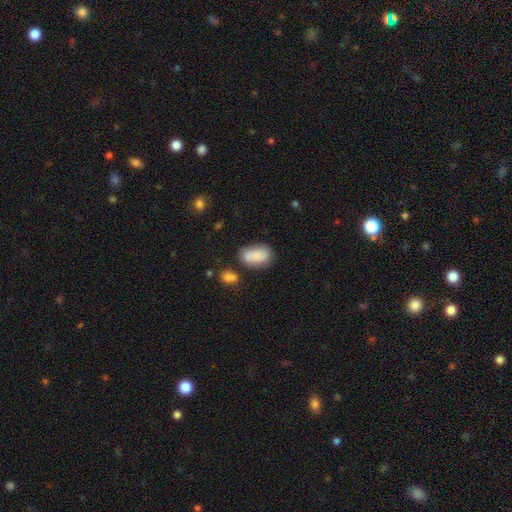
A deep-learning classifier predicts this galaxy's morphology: Q: Smooth or featured?
A: smooth (82%); runner-up: featured or disk (11%)
Q: How rounded?
A: in between (89%); runner-up: round (9%)
Q: Merging?
A: none (55%); runner-up: minor disturbance (21%)